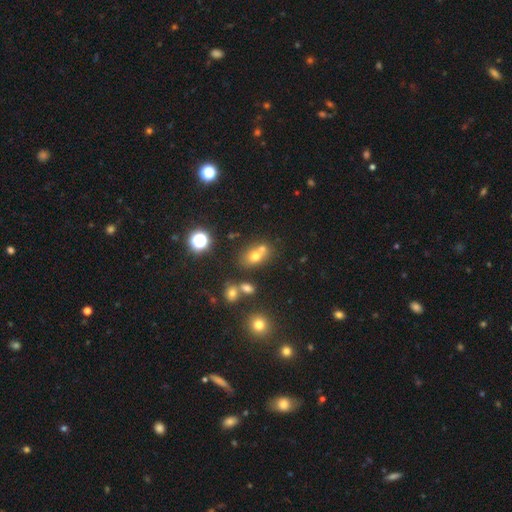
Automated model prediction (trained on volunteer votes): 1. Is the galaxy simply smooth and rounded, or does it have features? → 63% smooth, 20% star or artifact, 17% featured or disk.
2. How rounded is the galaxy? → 58% in between, 40% round, 2% cigar-shaped.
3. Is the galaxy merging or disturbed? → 43% none, 42% merger, 10% minor disturbance, 4% major disturbance.